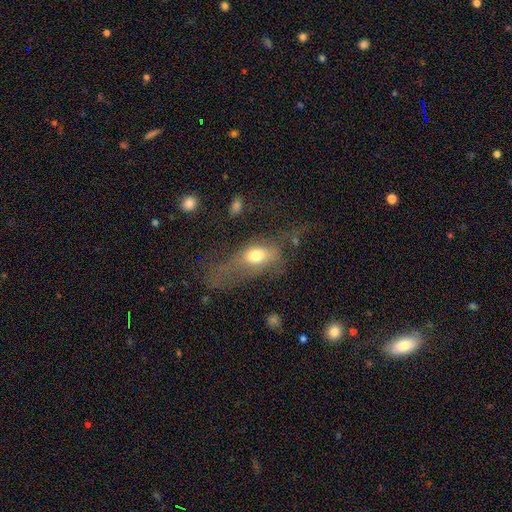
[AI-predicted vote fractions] A smooth galaxy with no disk features (61%) that is in between round and cigar-shaped (79%). Merging: major disturbance (53%).